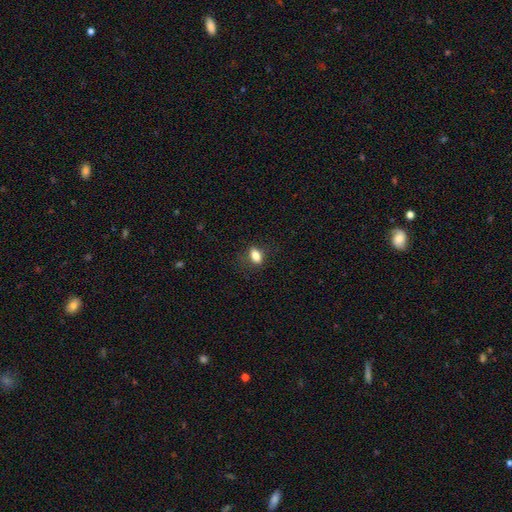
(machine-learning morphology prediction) The model was most divided on "how rounded": in between: 78%, round: 12%, cigar-shaped: 10%. More confident: merging — none (81%); smooth or featured — smooth (80%).